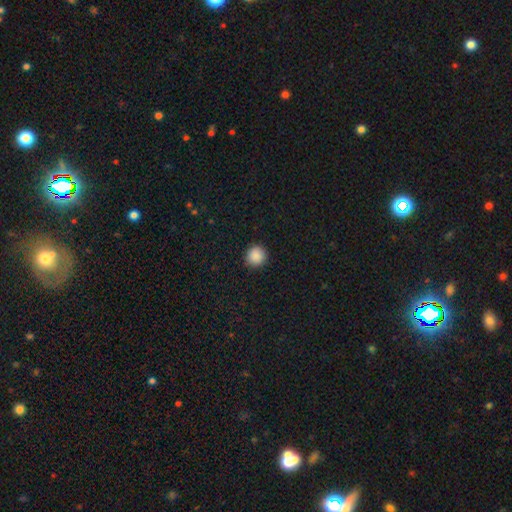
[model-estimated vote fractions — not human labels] A smooth galaxy with no disk features (89%) that is round (93%).

Vote fractions:
- Smooth or featured? smooth: 89% / star or artifact: 9% / featured or disk: 2%
- How rounded? round: 93% / in between: 6% / cigar-shaped: 1%
- Merging? none: 91% / minor disturbance: 6% / major disturbance: 2% / merger: 1%